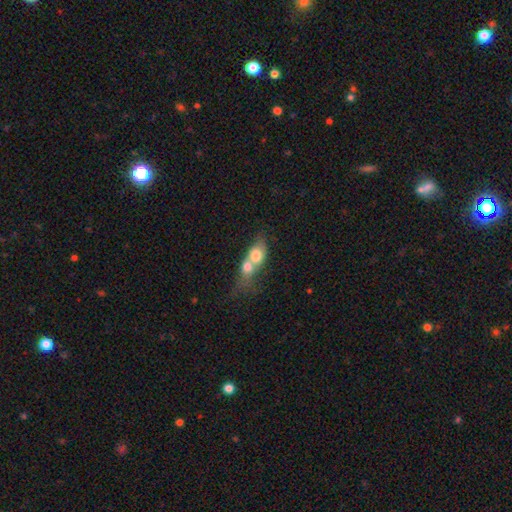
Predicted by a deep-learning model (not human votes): smooth-or-featured: smooth: 68% | featured or disk: 24% | star or artifact: 7%
  how-rounded: in between: 59% | round: 33% | cigar-shaped: 9%
  merging: merger: 79% | none: 11% | minor disturbance: 5% | major disturbance: 5%